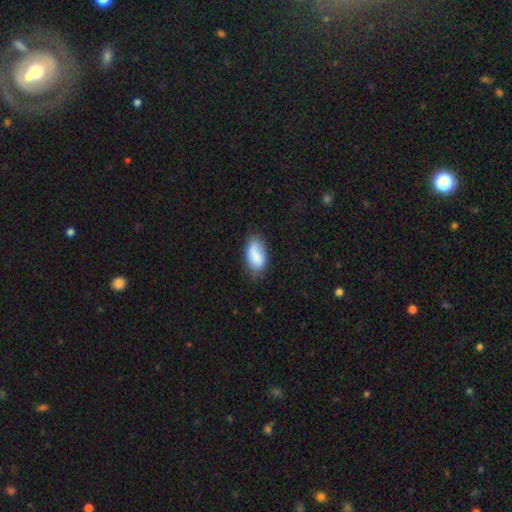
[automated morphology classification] The model was most divided on "merging": none: 63%, minor disturbance: 28%, major disturbance: 6%, merger: 3%. More confident: how rounded — in between (93%); smooth or featured — smooth (82%).